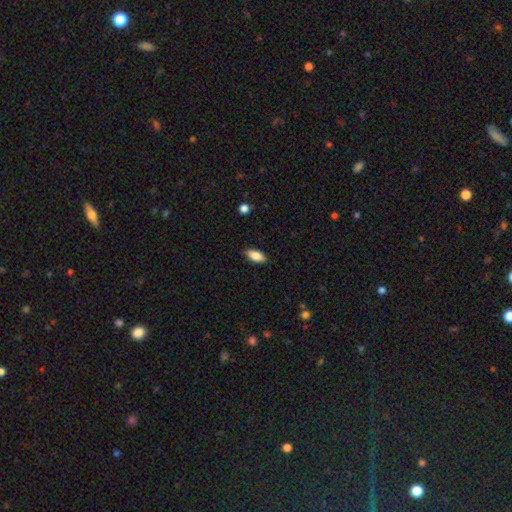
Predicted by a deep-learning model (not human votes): Smooth or featured: smooth — 84% (featured or disk — 9%)
How rounded: in between — 89% (cigar-shaped — 8%)
Merging: none — 86% (minor disturbance — 11%)